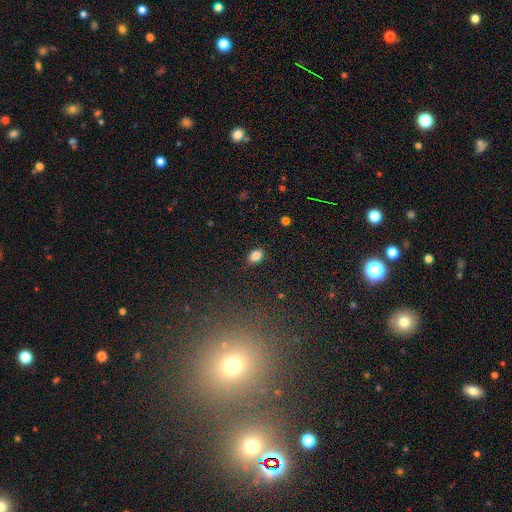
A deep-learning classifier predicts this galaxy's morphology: Q: Smooth or featured?
A: smooth (85%); runner-up: star or artifact (10%)
Q: How rounded?
A: in between (78%); runner-up: round (21%)
Q: Merging?
A: none (87%); runner-up: minor disturbance (9%)